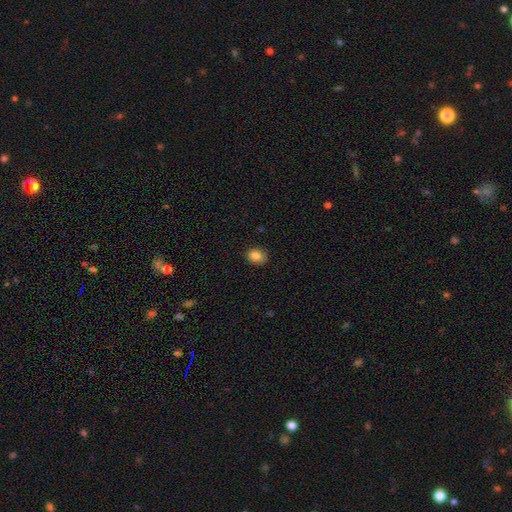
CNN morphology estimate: type=smooth (86%); roundness=in between (56%); merging=none (84%).